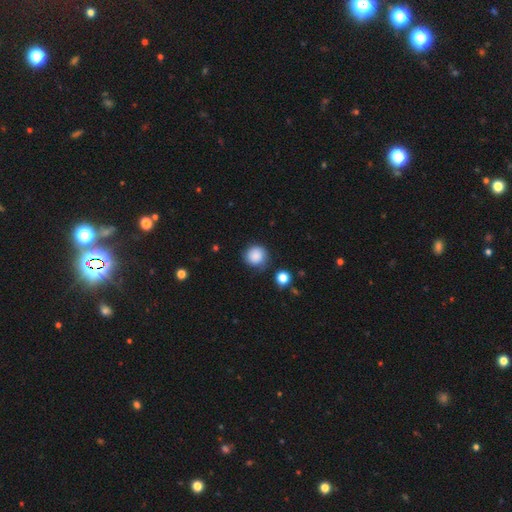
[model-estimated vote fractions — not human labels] smooth-or-featured: smooth: 86% | star or artifact: 9% | featured or disk: 5%
  how-rounded: round: 93% | in between: 6% | cigar-shaped: 1%
  merging: none: 79% | minor disturbance: 14% | major disturbance: 4% | merger: 3%